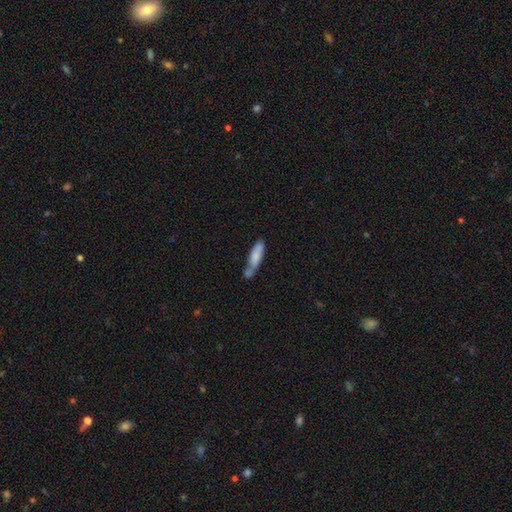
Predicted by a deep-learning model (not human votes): Q: Smooth or featured?
A: smooth (74%); runner-up: featured or disk (20%)
Q: How rounded?
A: cigar-shaped (62%); runner-up: in between (36%)
Q: Merging?
A: none (38%); runner-up: merger (30%)